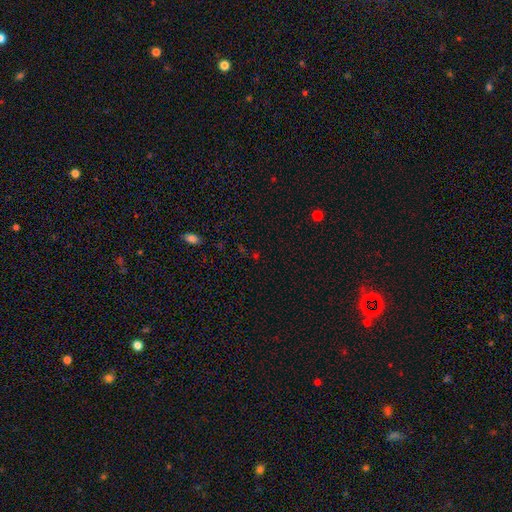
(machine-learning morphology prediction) The model was most divided on "smooth or featured": star or artifact: 52%, smooth: 40%, featured or disk: 8%.